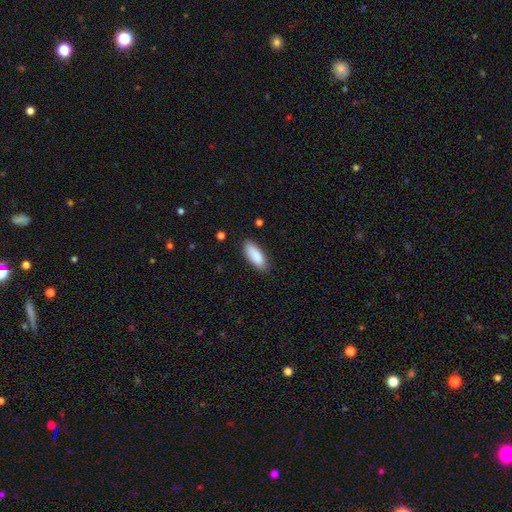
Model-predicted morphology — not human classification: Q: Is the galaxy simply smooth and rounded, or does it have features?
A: smooth — 88%.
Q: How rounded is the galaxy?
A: in between — 78%.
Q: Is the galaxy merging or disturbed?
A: none — 81%.